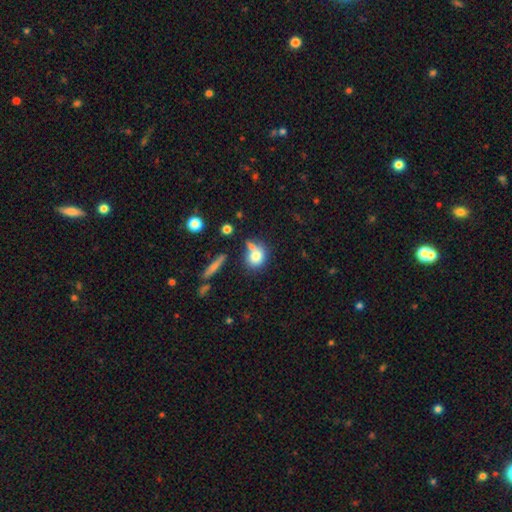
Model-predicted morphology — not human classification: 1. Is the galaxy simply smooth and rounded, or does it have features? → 77% smooth, 13% featured or disk, 11% star or artifact.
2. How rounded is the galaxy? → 66% round, 31% in between, 3% cigar-shaped.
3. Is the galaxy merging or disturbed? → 48% none, 29% merger, 15% minor disturbance, 7% major disturbance.